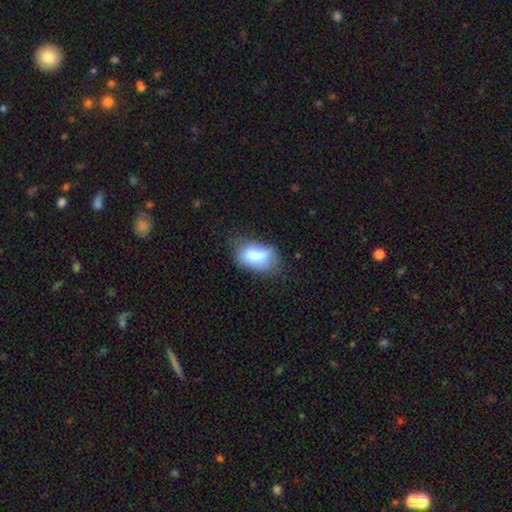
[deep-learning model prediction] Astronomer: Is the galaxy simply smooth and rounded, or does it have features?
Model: smooth — 83%.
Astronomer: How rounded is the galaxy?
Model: in between — 90%.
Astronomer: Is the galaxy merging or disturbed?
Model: none — 59%.